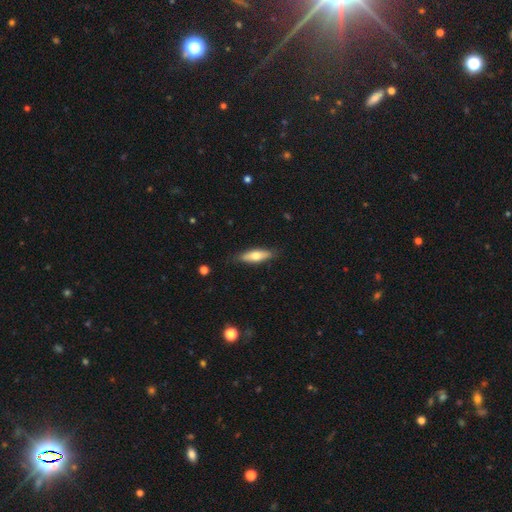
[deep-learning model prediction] This is likely a smooth galaxy (65%). How rounded: possibly cigar-shaped (52%). Merging: clearly none (85%).